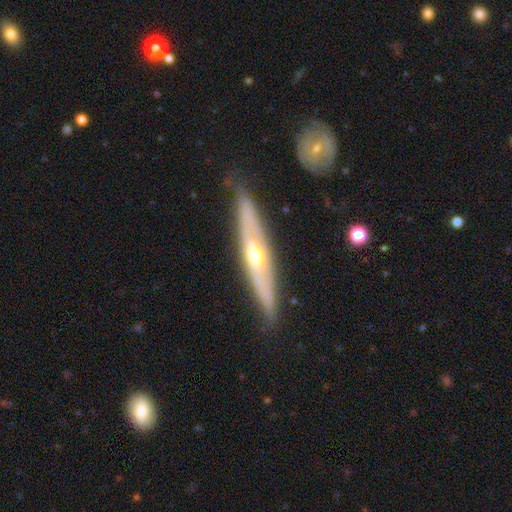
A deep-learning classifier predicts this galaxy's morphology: Smooth or featured? Predicted: featured or disk (p=0.73). Edge-on disk? Predicted: yes (p=0.73). Edge-on bulge? Predicted: rounded (p=0.80). Merging? Predicted: none (p=0.80).